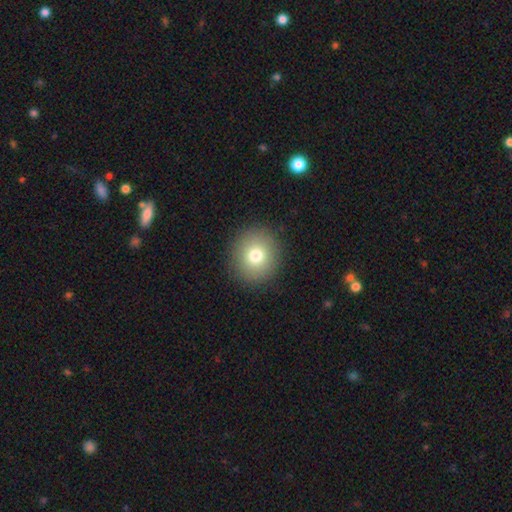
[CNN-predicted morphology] Q: Smooth or featured?
A: smooth (77%); runner-up: featured or disk (12%)
Q: How rounded?
A: round (90%); runner-up: in between (9%)
Q: Merging?
A: none (90%); runner-up: minor disturbance (6%)